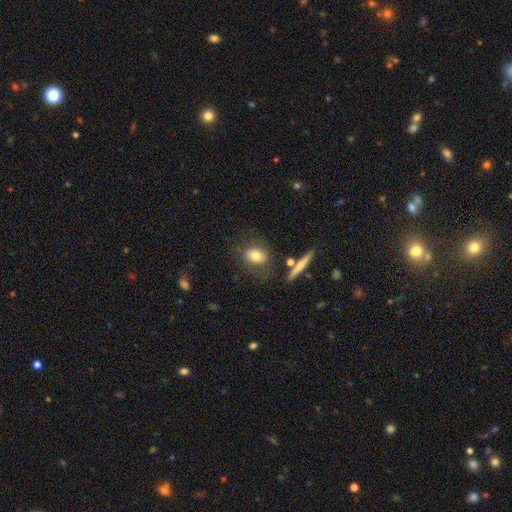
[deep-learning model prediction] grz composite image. It shows a smooth galaxy with no disk features (74%) that is in between round and cigar-shaped (66%). Merging: none (65%).